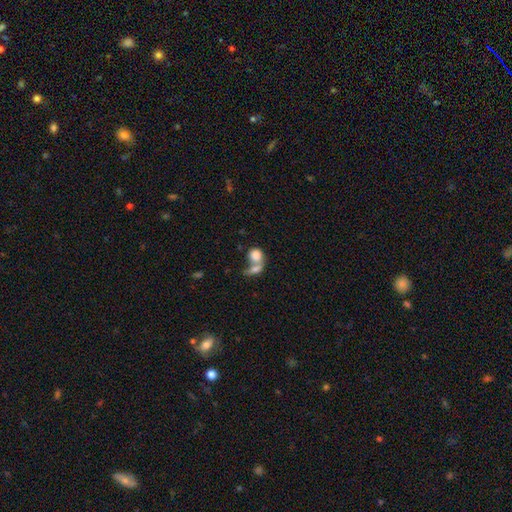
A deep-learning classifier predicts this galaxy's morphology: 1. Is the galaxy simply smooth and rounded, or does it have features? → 78% smooth, 14% featured or disk, 8% star or artifact.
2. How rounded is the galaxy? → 55% round, 42% in between, 3% cigar-shaped.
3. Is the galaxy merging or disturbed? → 62% merger, 24% none, 8% minor disturbance, 7% major disturbance.